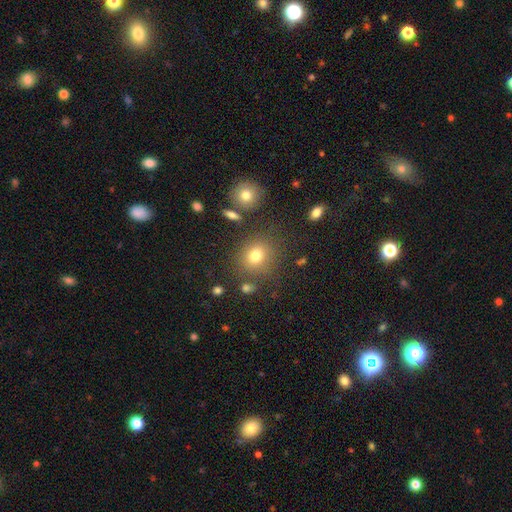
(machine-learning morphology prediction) Smooth or featured: smooth — 75% (star or artifact — 15%)
How rounded: round — 78% (in between — 21%)
Merging: none — 78% (minor disturbance — 11%)